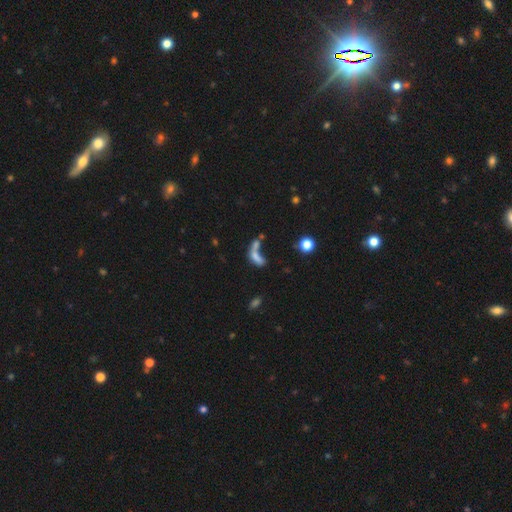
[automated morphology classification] Smooth or featured?
  - smooth: 59% *
  - featured or disk: 26%
  - star or artifact: 15%
How rounded?
  - in between: 64% *
  - cigar-shaped: 25%
  - round: 11%
Merging?
  - merger: 48% *
  - major disturbance: 21%
  - none: 21%
  - minor disturbance: 10%